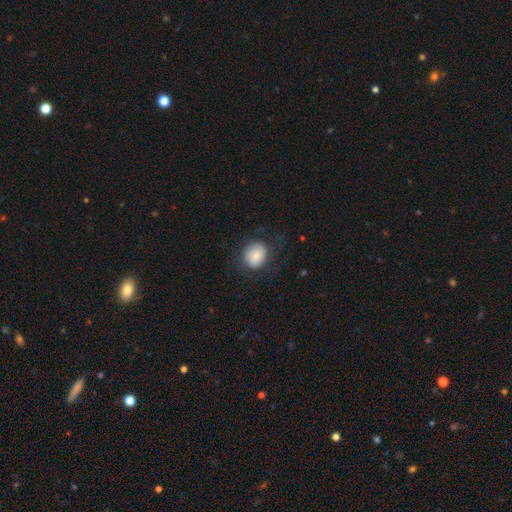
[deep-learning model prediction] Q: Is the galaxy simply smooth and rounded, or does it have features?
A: smooth — 76%.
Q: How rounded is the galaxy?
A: round — 55%.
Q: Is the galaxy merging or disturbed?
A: none — 67%.